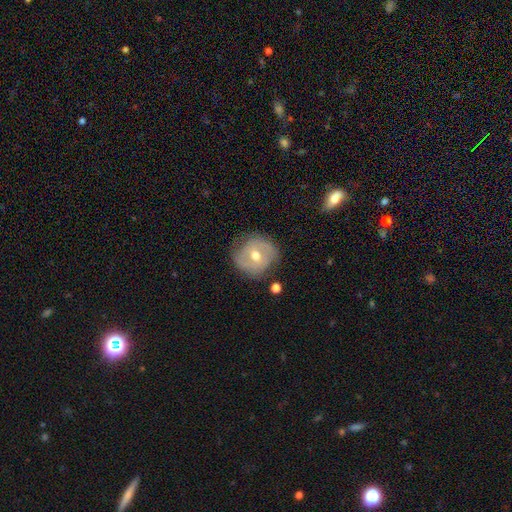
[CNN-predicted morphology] Smooth or featured: featured or disk — 59% (smooth — 34%)
Edge-on disk: no — 96% (yes — 4%)
Bar: no — 52% (weak — 36%)
Spiral arms: yes — 67% (no — 33%)
Bulge size: moderate — 75% (small — 20%)
Merging: none — 72% (minor disturbance — 20%)